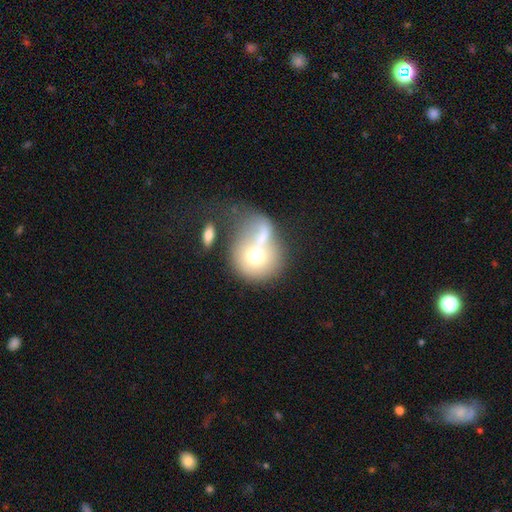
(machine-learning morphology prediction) smooth_or_featured: smooth (p=0.61) [alt: featured or disk p=0.29]
how_rounded: round (p=0.76) [alt: in between p=0.22]
merging: merger (p=0.48) [alt: major disturbance p=0.20]